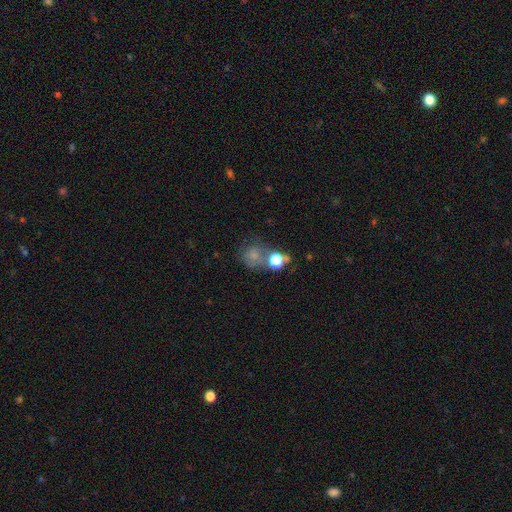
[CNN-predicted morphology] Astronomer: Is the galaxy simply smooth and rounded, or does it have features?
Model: smooth — 61%.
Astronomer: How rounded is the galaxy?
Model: round — 74%.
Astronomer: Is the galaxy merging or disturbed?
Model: none — 40% (runner-up: merger, 25%).